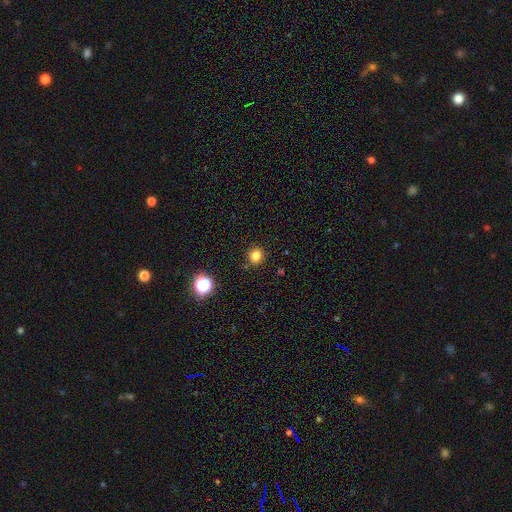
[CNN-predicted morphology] The model was most divided on "smooth or featured": smooth: 80%, star or artifact: 15%, featured or disk: 5%. More confident: how rounded — round (92%); merging — none (90%).